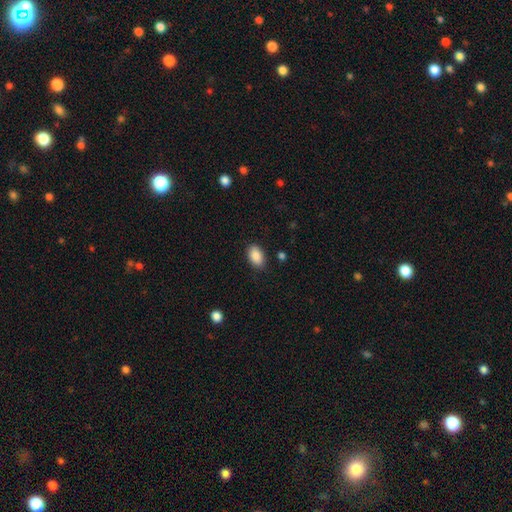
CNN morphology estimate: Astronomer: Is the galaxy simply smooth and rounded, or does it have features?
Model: smooth — 89%.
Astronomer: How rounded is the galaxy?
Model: in between — 91%.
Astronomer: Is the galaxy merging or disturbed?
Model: none — 86%.